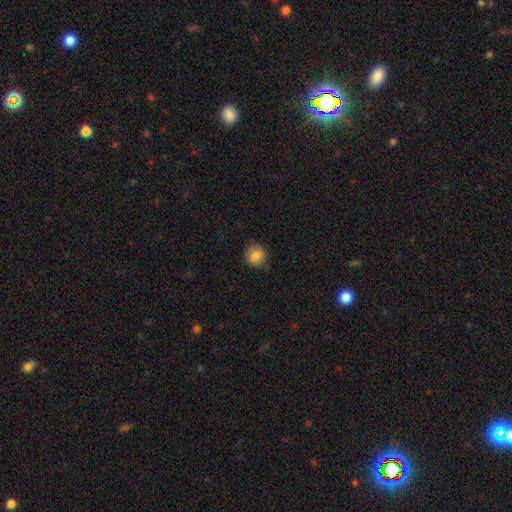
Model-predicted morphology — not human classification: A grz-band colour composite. It shows a smooth galaxy with no disk features (84%) that is round (86%). Merging: none (86%).